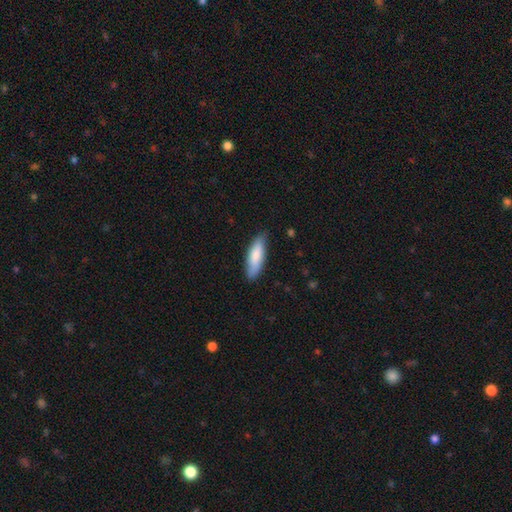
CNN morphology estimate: Q: Smooth or featured?
A: smooth (80%); runner-up: featured or disk (14%)
Q: How rounded?
A: cigar-shaped (50%); runner-up: in between (48%)
Q: Merging?
A: none (79%); runner-up: minor disturbance (17%)